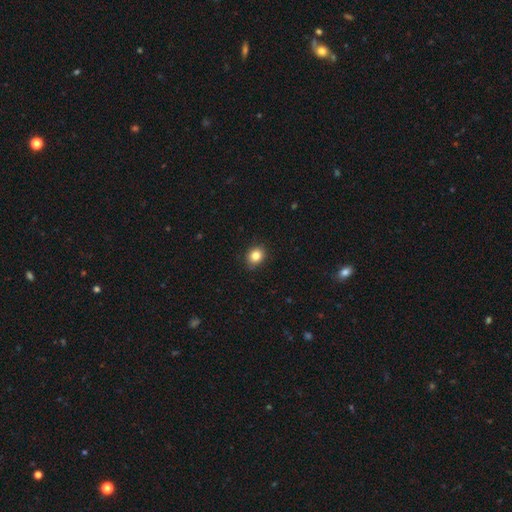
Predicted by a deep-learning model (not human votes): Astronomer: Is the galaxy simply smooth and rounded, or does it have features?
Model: smooth — 84%.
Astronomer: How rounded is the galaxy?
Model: round — 59% (runner-up: in between, 40%).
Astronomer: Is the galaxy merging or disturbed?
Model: none — 87%.